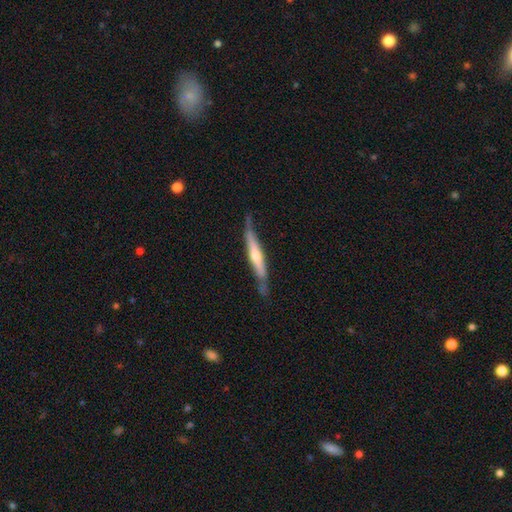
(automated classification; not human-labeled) Morphology: type=featured or disk (65%); edge-on=yes (91%); edge-on bulge=rounded (69%); merging=none (67%).